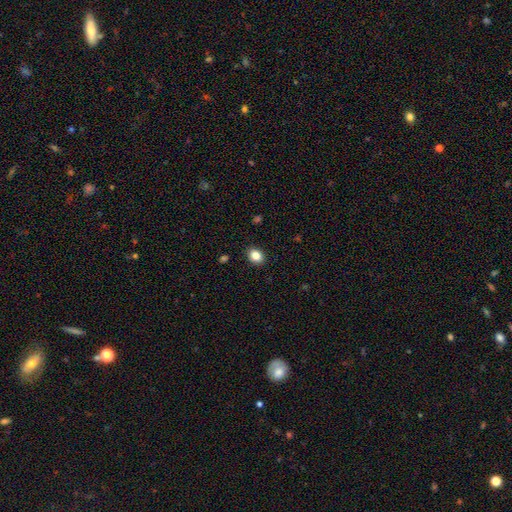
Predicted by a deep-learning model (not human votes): The model was most divided on "how rounded": in between: 58%, round: 41%, cigar-shaped: 1%. More confident: merging — none (90%); smooth or featured — smooth (85%).